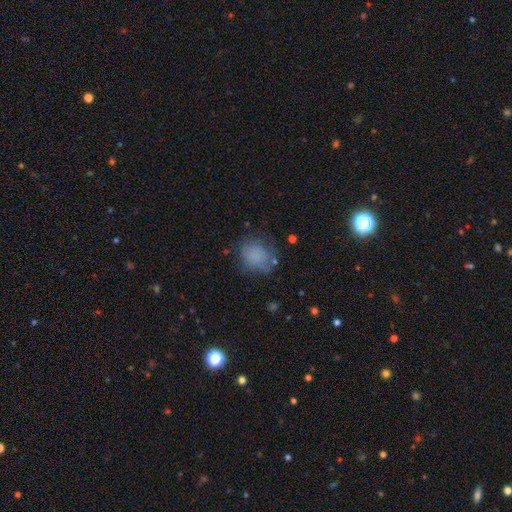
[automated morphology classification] The model was most divided on "merging": none: 62%, minor disturbance: 23%, major disturbance: 12%, merger: 3%. More confident: smooth or featured — smooth (77%); how rounded — round (73%).